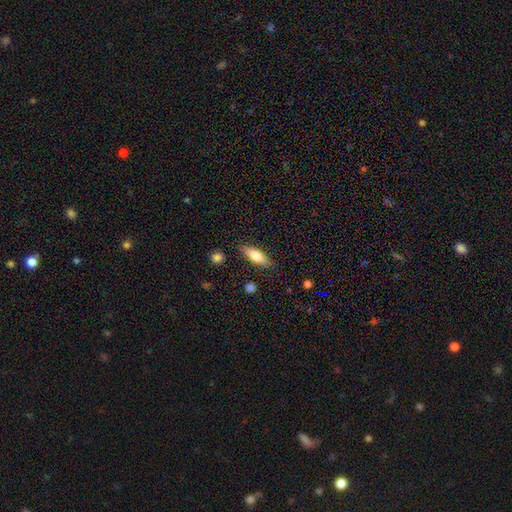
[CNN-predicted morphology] Smooth or featured: smooth — 69% (featured or disk — 24%)
How rounded: in between — 58% (cigar-shaped — 40%)
Merging: none — 84% (minor disturbance — 11%)